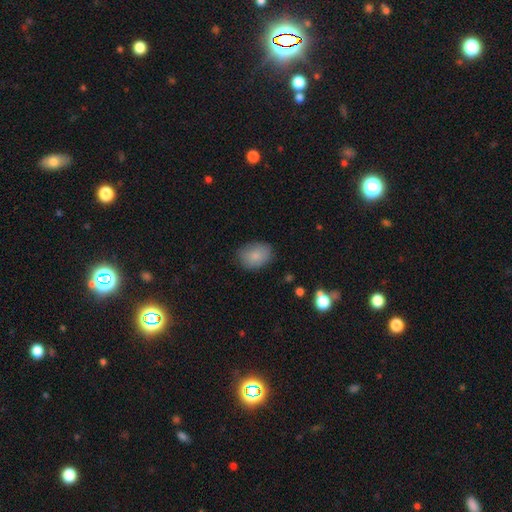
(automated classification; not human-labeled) smooth-or-featured: smooth: 84% | featured or disk: 8% | star or artifact: 8%
  how-rounded: in between: 73% | round: 26% | cigar-shaped: 1%
  merging: none: 81% | minor disturbance: 14% | major disturbance: 3% | merger: 1%